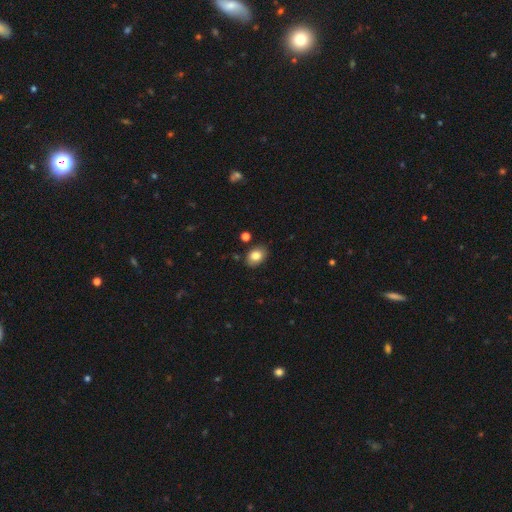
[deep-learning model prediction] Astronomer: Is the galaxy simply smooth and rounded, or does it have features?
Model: smooth — 83%.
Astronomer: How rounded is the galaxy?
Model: in between — 72%.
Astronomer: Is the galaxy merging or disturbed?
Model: none — 84%.